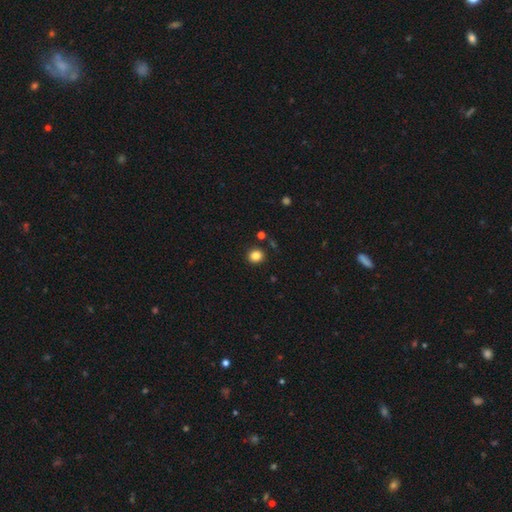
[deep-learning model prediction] Overall: smooth (84%). How rounded: round (83%). Merging: none (89%).